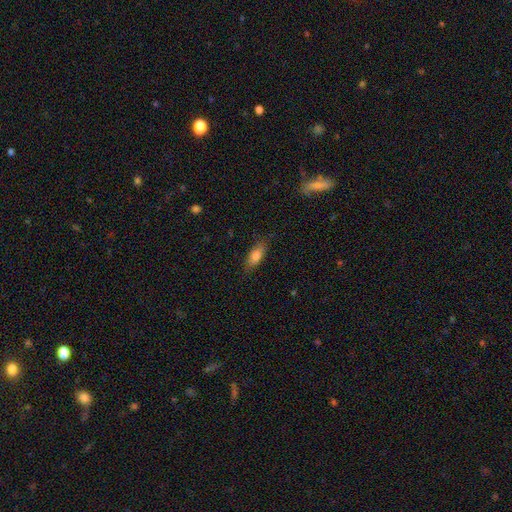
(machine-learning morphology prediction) Overall: smooth (79%). How rounded: in between (72%). Merging: none (80%).